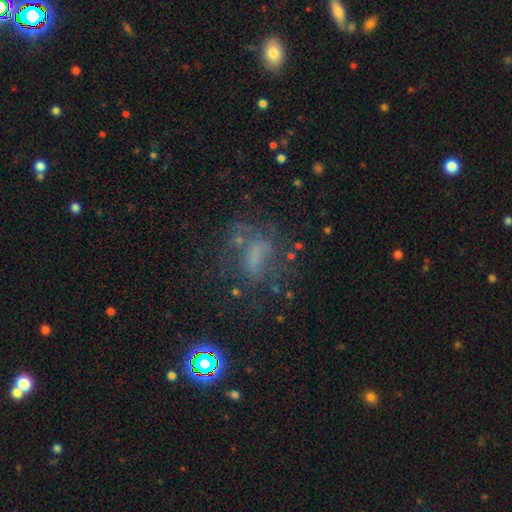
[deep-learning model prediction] The model was most divided on "smooth or featured": featured or disk: 42%, smooth: 33%, star or artifact: 25%. More confident: merging — none (51%).